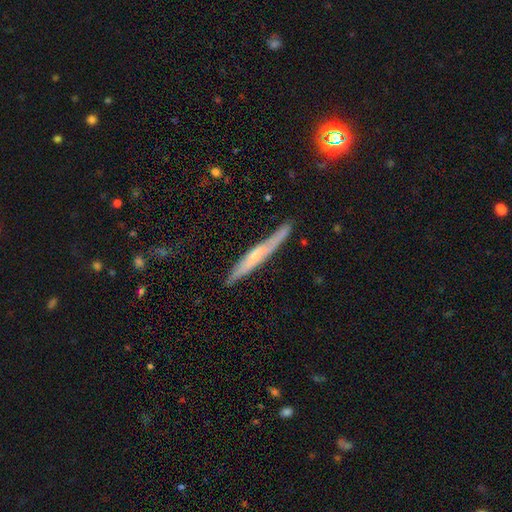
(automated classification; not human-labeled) Smooth or featured? featured or disk (55%)
Edge-on disk? yes (91%)
Merging? none (81%)